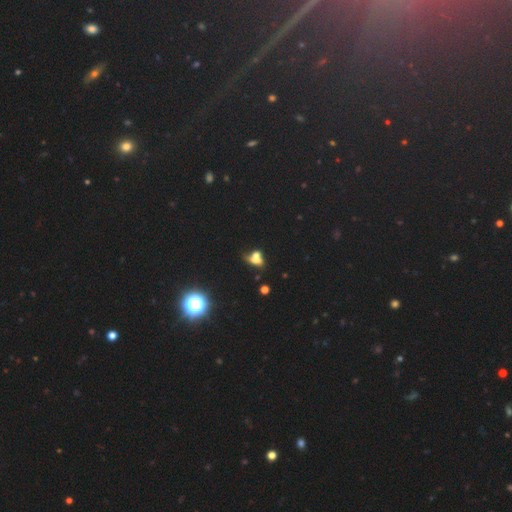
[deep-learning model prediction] Smooth or featured: smooth — 49% (star or artifact — 31%)
Merging: merger — 49% (none — 27%)